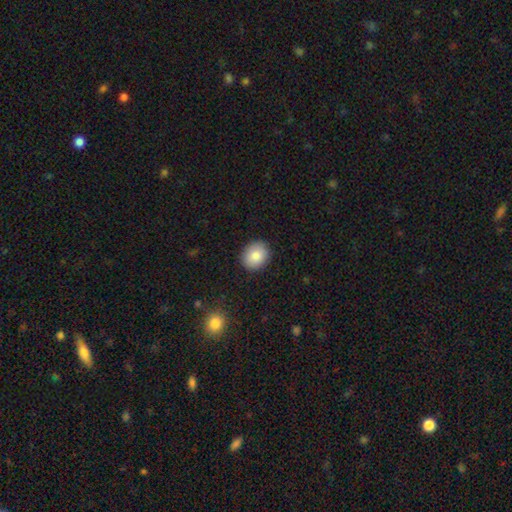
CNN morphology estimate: A smooth galaxy with no disk features (85%) that is round (62%). Merging: none (90%).